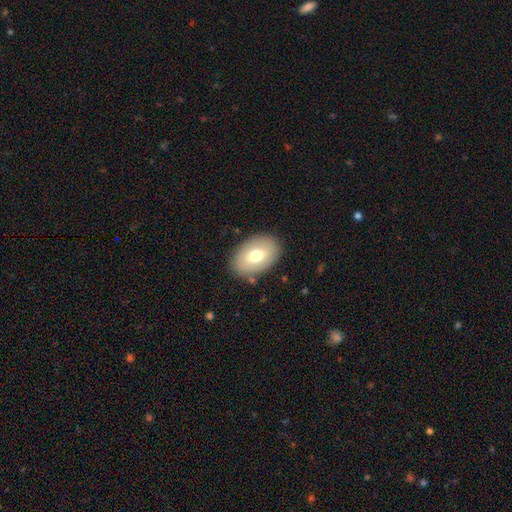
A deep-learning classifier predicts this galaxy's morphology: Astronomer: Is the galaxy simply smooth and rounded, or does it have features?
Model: smooth — 70%.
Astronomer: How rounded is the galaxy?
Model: in between — 87%.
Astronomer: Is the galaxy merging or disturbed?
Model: none — 84%.